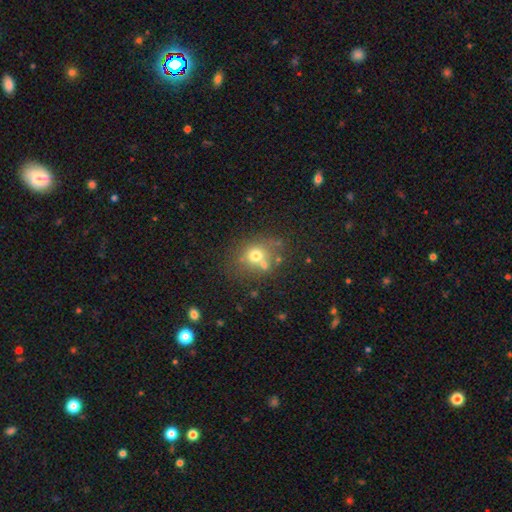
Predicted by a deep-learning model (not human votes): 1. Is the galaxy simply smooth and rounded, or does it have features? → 66% smooth, 18% featured or disk, 16% star or artifact.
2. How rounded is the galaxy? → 71% round, 28% in between, 1% cigar-shaped.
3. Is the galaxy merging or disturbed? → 57% none, 23% merger, 14% minor disturbance, 6% major disturbance.